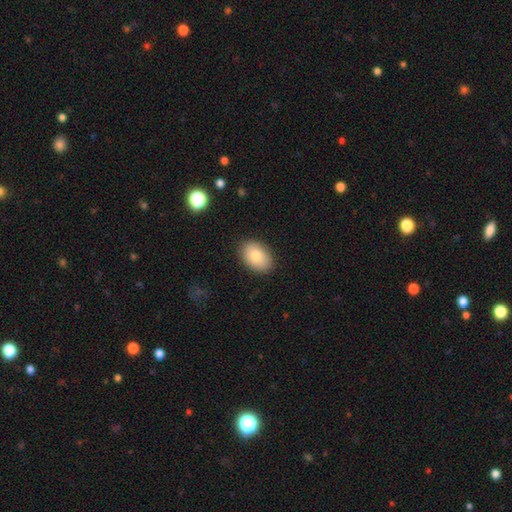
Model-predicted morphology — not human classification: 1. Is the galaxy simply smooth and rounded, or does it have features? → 81% smooth, 12% featured or disk, 8% star or artifact.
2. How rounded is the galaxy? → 85% in between, 14% round, 1% cigar-shaped.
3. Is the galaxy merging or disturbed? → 87% none, 9% minor disturbance, 2% major disturbance, 1% merger.